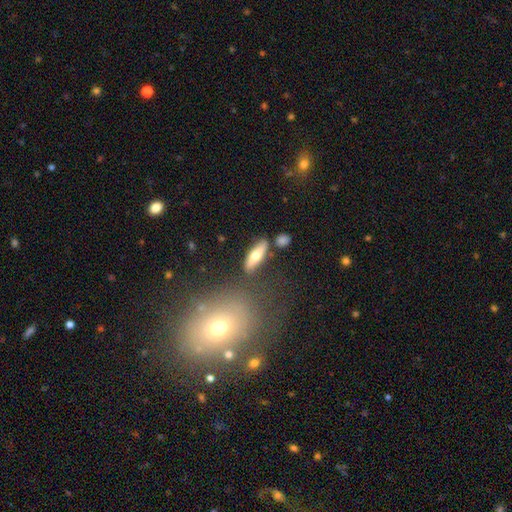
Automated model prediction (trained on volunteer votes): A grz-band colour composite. It shows a smooth galaxy with no disk features (64%) that is cigar-shaped (54%). Merging: none (77%).